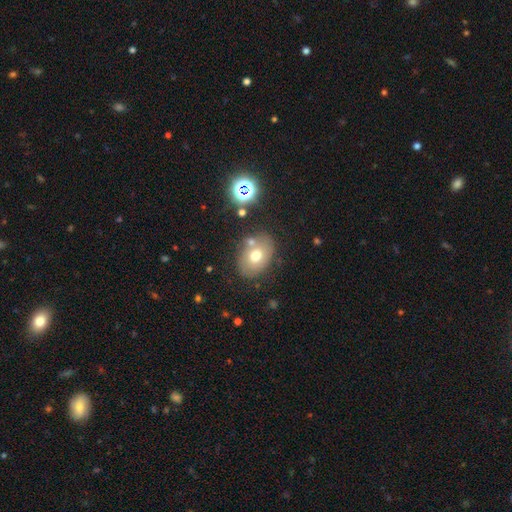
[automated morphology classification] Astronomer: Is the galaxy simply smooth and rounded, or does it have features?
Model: smooth — 65%.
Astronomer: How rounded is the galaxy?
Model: in between — 71%.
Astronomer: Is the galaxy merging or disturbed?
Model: none — 70%.